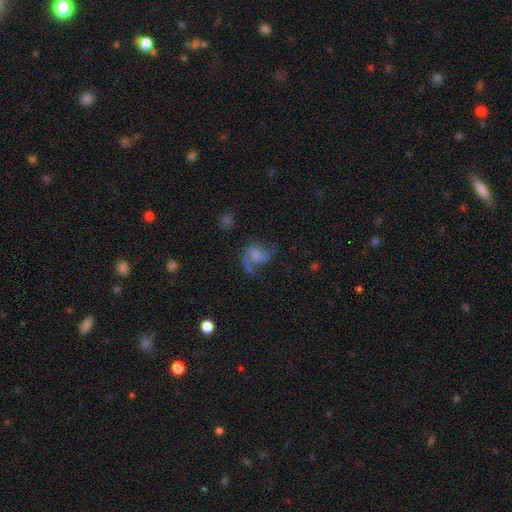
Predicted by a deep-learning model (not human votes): Overall: featured or disk (62%; smooth 27%). Edge-on disk: no (98%). Bar: no (68%). Spiral arms: yes (85%). Spiral arm count: 2 (62%; 1 23%). Spiral winding: loose (53%; medium 37%). Bulge size: none (51%; small 24%). Merging: none (39%; major disturbance 35%).